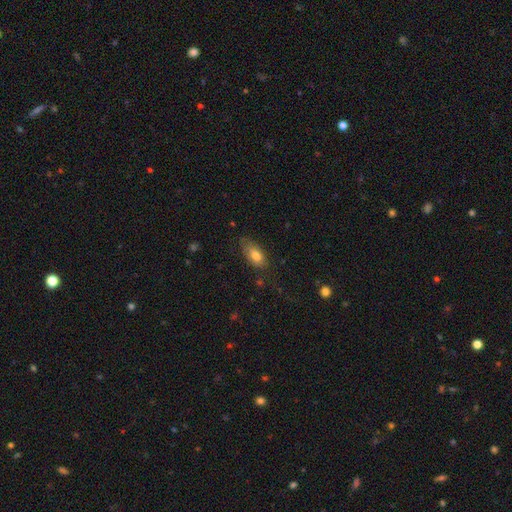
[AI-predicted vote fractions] Morphology: type=smooth (79%); roundness=in between (88%); merging=none (67%).